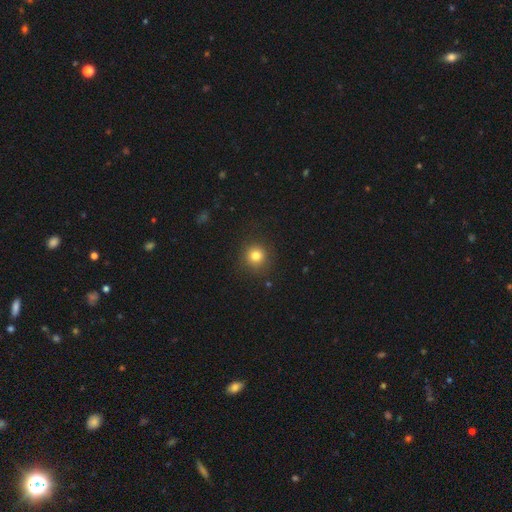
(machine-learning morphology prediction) Q: Smooth or featured?
A: smooth (80%); runner-up: star or artifact (14%)
Q: How rounded?
A: round (93%); runner-up: in between (6%)
Q: Merging?
A: none (88%); runner-up: minor disturbance (8%)